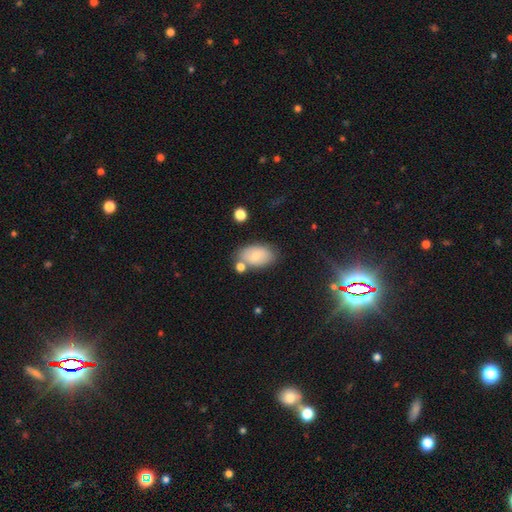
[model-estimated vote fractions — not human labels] This appears to be a smooth galaxy with no disk features (73%) that is in between round and cigar-shaped (92%). Merging: none (68%).